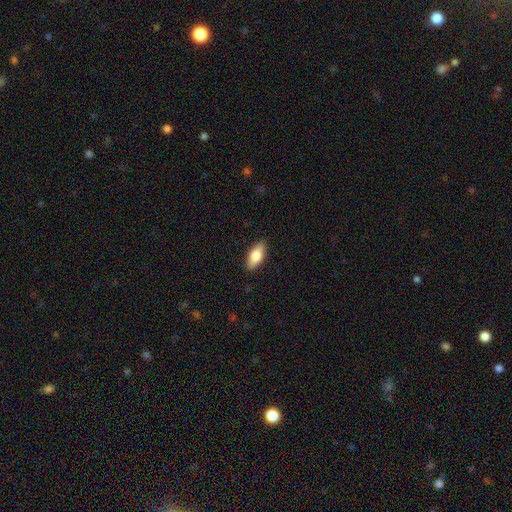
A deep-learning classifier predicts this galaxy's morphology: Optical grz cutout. It shows a smooth galaxy with no disk features (80%) that is in between round and cigar-shaped (85%). Merging: none (88%).